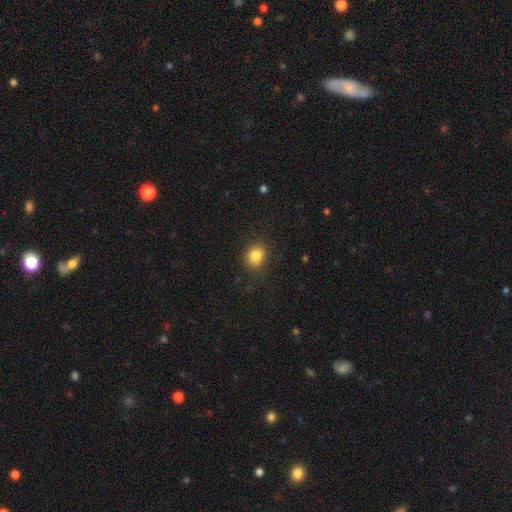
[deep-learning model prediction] smooth-or-featured: smooth: 83% | star or artifact: 11% | featured or disk: 6%
  how-rounded: round: 62% | in between: 37% | cigar-shaped: 1%
  merging: none: 84% | minor disturbance: 12% | major disturbance: 3% | merger: 1%